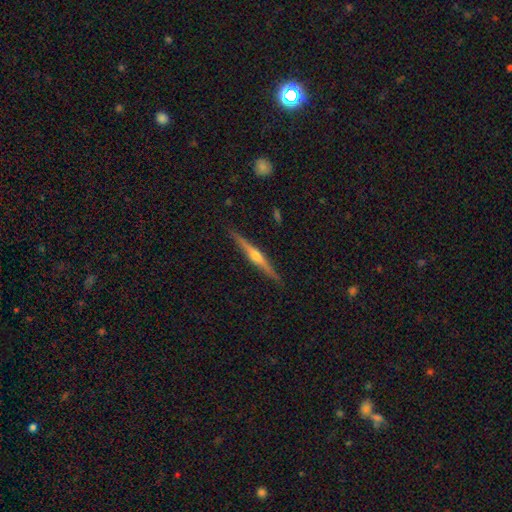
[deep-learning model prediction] This appears to be a featured or disk galaxy (78%) viewed edge-on (98%) with a rounded central bulge (90%). Merging: none (91%).